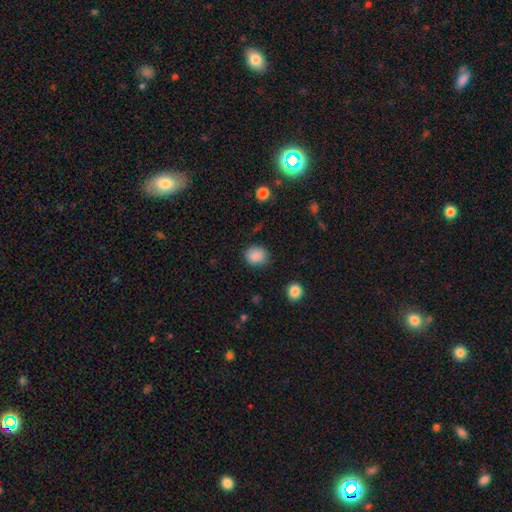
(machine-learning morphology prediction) Smooth or featured? Predicted: smooth (p=0.87). How rounded? Predicted: round (p=0.71). Merging? Predicted: none (p=0.83).